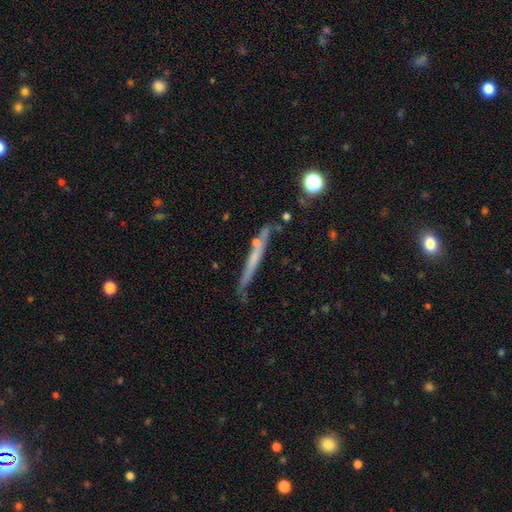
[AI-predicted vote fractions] Smooth or featured?
  - featured or disk: 52% *
  - smooth: 39%
  - star or artifact: 9%
Edge-on disk?
  - yes: 91% *
  - no: 9%
Merging?
  - none: 69% *
  - minor disturbance: 19%
  - merger: 6%
  - major disturbance: 5%